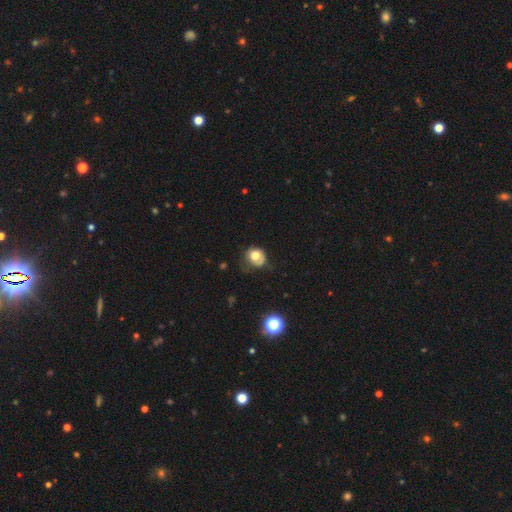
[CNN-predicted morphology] Smooth or featured?
  - smooth: 70% *
  - featured or disk: 20%
  - star or artifact: 10%
How rounded?
  - round: 74% *
  - in between: 25%
  - cigar-shaped: 1%
Merging?
  - none: 45% *
  - minor disturbance: 33%
  - major disturbance: 19%
  - merger: 3%